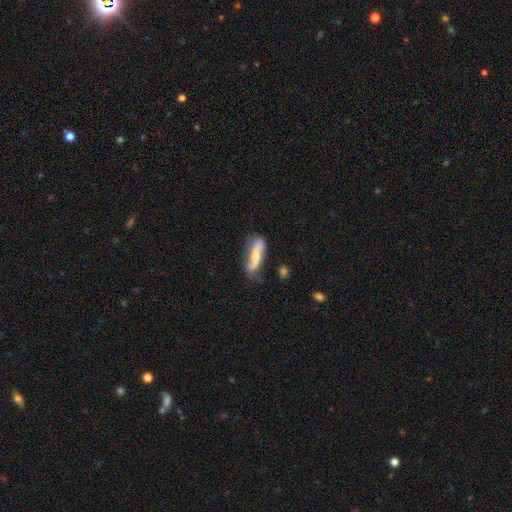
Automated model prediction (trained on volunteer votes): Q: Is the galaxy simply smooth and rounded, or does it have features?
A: smooth — 51%.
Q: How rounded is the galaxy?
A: cigar-shaped — 63%.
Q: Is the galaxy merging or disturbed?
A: none — 60%.